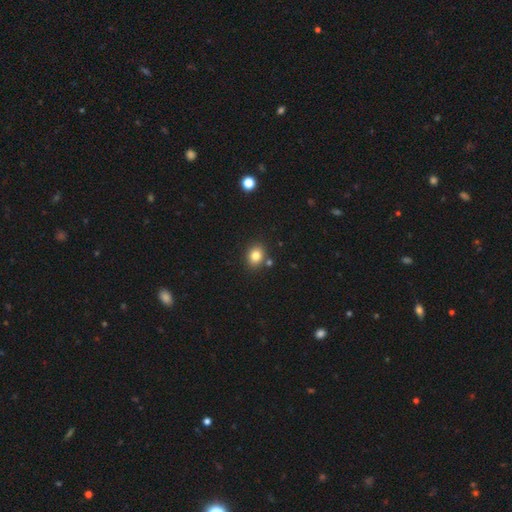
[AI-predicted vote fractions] Morphology: type=smooth (82%); roundness=round (57%); merging=none (81%).